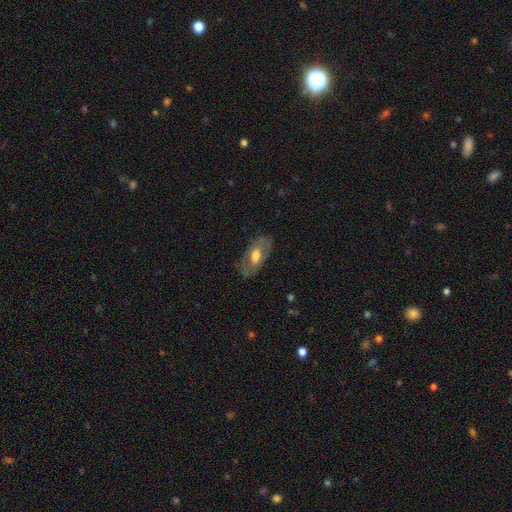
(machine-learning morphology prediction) Smooth or featured? featured or disk (48%)
Merging? none (76%)